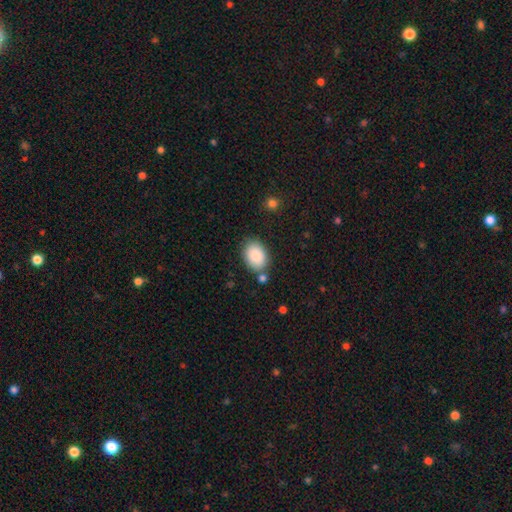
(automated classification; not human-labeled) smooth_or_featured: smooth (p=0.88) [alt: star or artifact p=0.07]
how_rounded: in between (p=0.82) [alt: round p=0.16]
merging: none (p=0.77) [alt: minor disturbance p=0.13]